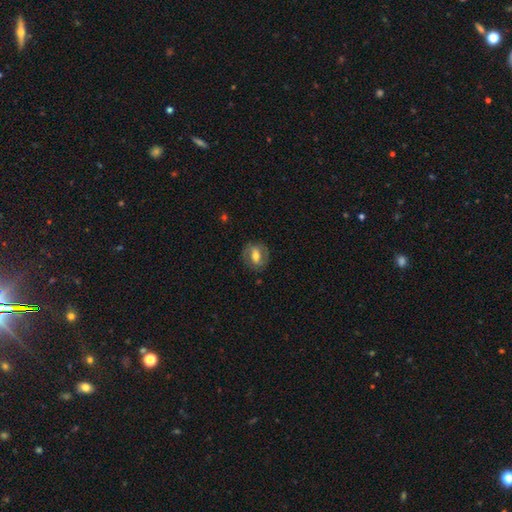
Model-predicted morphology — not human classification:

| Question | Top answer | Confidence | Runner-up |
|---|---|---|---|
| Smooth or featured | featured or disk | 55% | smooth (38%) |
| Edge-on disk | no | 92% | yes (8%) |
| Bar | strong | 44% | weak (36%) |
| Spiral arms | yes | 60% | no (40%) |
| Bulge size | moderate | 66% | small (18%) |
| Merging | none | 80% | minor disturbance (13%) |